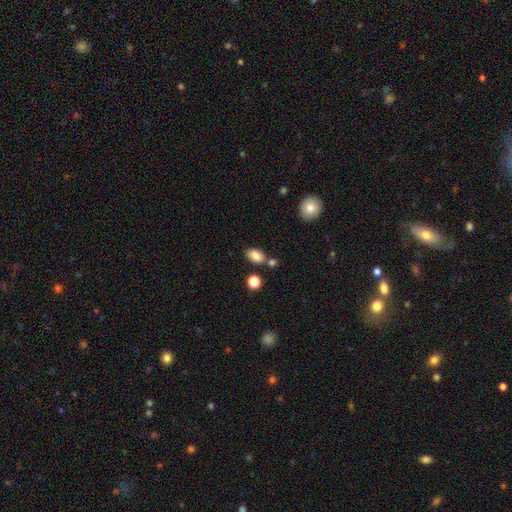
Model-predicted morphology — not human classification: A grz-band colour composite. It shows a smooth galaxy with no disk features (82%) that is in between round and cigar-shaped (88%). Merging: none (68%).